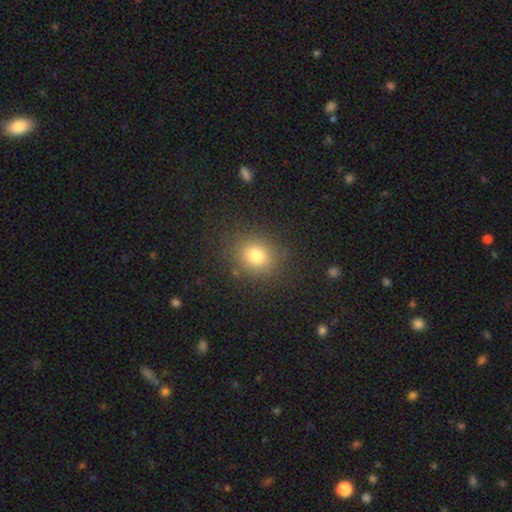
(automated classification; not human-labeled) Morphology: type=smooth (78%); roundness=round (69%); merging=none (86%).